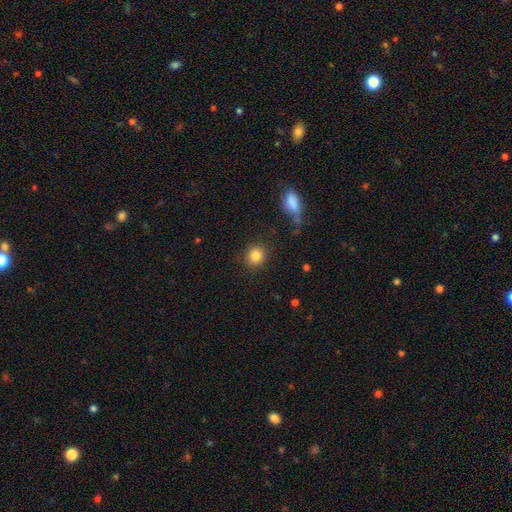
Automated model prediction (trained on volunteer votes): Smooth or featured? Predicted: smooth (p=0.84). How rounded? Predicted: round (p=0.79). Merging? Predicted: none (p=0.86).